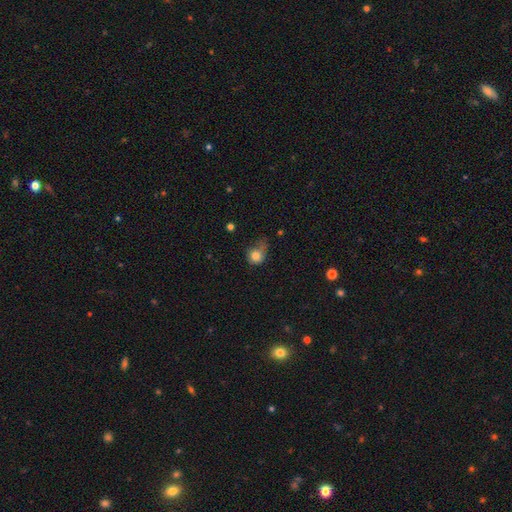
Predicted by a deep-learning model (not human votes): smooth_or_featured: smooth (p=0.79) [alt: star or artifact p=0.11]
how_rounded: round (p=0.72) [alt: in between p=0.27]
merging: minor disturbance (p=0.36) [alt: none p=0.30]